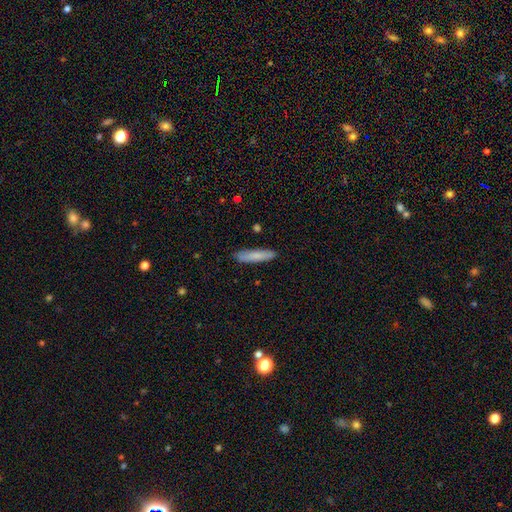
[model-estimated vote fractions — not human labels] Q: Smooth or featured?
A: smooth (81%); runner-up: featured or disk (13%)
Q: How rounded?
A: cigar-shaped (84%); runner-up: in between (15%)
Q: Merging?
A: none (88%); runner-up: minor disturbance (9%)